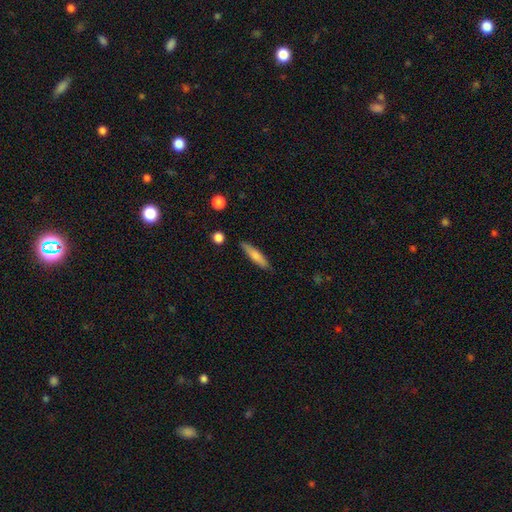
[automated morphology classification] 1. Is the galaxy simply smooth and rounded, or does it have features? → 72% smooth, 22% featured or disk, 6% star or artifact.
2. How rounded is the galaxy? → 82% cigar-shaped, 16% in between, 2% round.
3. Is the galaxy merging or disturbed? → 85% none, 11% minor disturbance, 2% major disturbance, 2% merger.